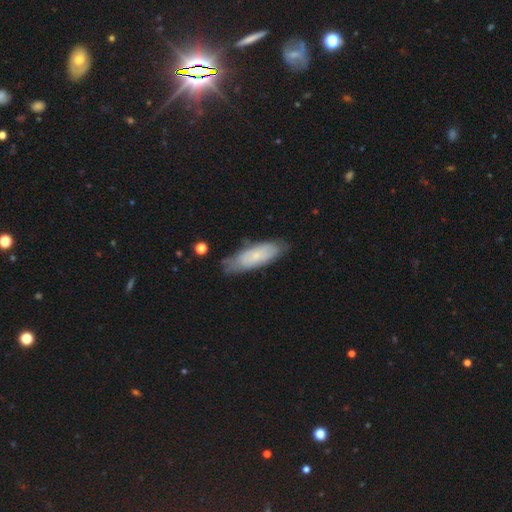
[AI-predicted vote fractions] Overall: smooth (53%; featured or disk 40%). How rounded: in between (63%; cigar-shaped 35%). Merging: none (69%).